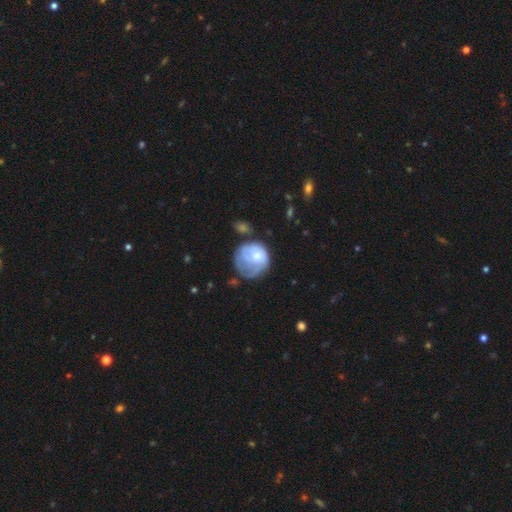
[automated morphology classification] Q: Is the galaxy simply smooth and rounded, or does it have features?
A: smooth — 56%.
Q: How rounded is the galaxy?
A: round — 77%.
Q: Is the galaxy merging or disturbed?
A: none — 36%.